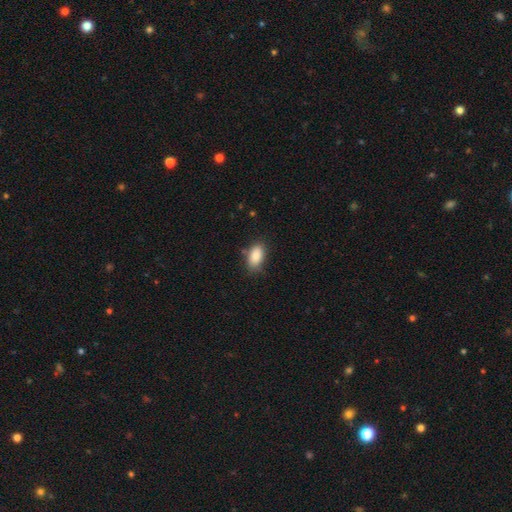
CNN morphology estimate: type=smooth (87%); roundness=in between (92%); merging=none (77%).